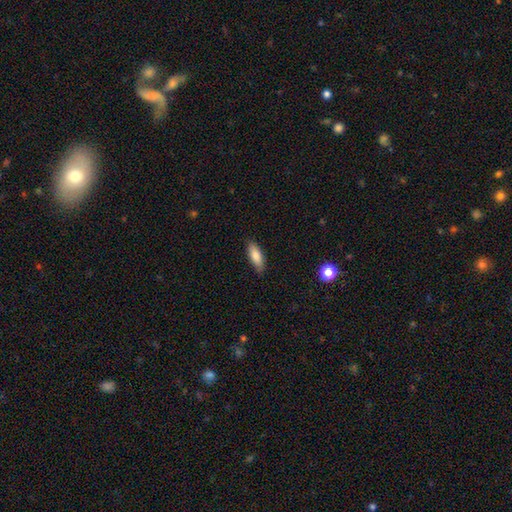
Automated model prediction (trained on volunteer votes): Smooth or featured? Predicted: smooth (p=0.82). How rounded? Predicted: in between (p=0.67). Merging? Predicted: none (p=0.81).